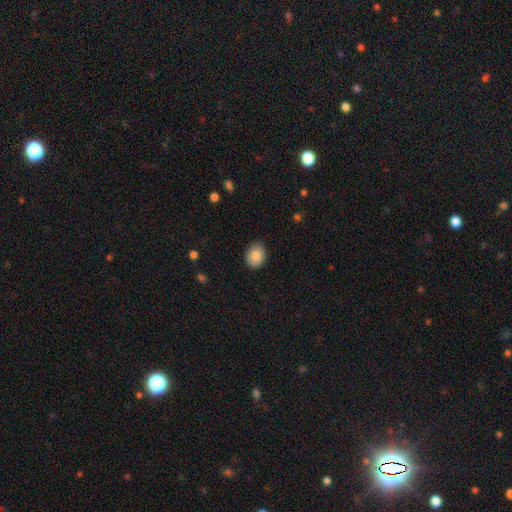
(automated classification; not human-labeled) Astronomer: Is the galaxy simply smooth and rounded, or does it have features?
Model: smooth — 87%.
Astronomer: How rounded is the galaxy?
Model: in between — 63%.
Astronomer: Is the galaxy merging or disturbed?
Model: none — 78%.